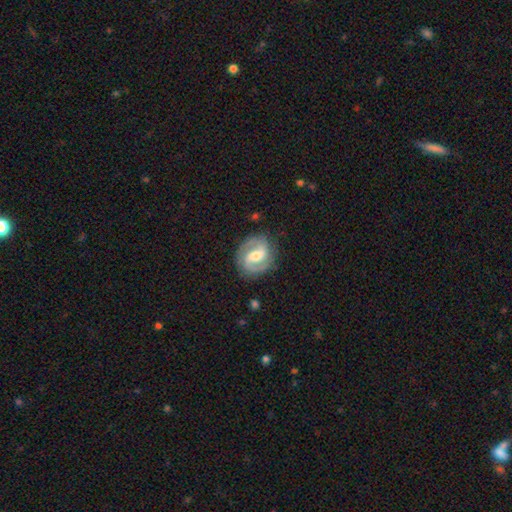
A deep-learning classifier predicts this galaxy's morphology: Smooth or featured: featured or disk — 86% (smooth — 10%)
Edge-on disk: no — 98% (yes — 2%)
Bar: weak — 48% (strong — 35%)
Spiral arms: yes — 96% (no — 4%)
Spiral winding: medium — 53% (tight — 32%)
Spiral arm count: 2 — 91% (can't tell — 3%)
Bulge size: moderate — 60% (small — 28%)
Merging: none — 82% (minor disturbance — 12%)